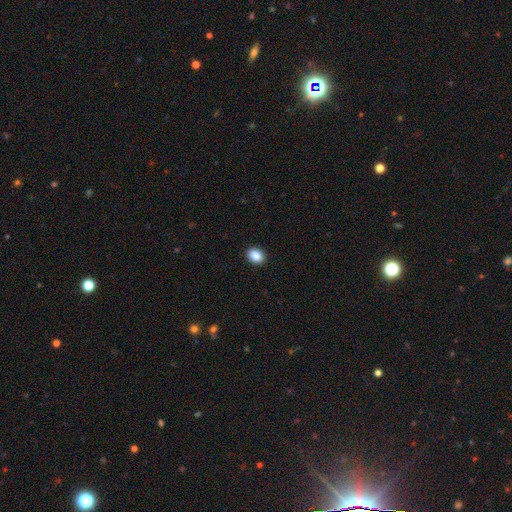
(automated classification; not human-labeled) A smooth galaxy with no disk features (88%) that is in between round and cigar-shaped (65%).

Vote fractions:
- Smooth or featured? smooth: 88% / star or artifact: 8% / featured or disk: 4%
- How rounded? in between: 65% / round: 34% / cigar-shaped: 1%
- Merging? none: 91% / minor disturbance: 6% / major disturbance: 2% / merger: 1%